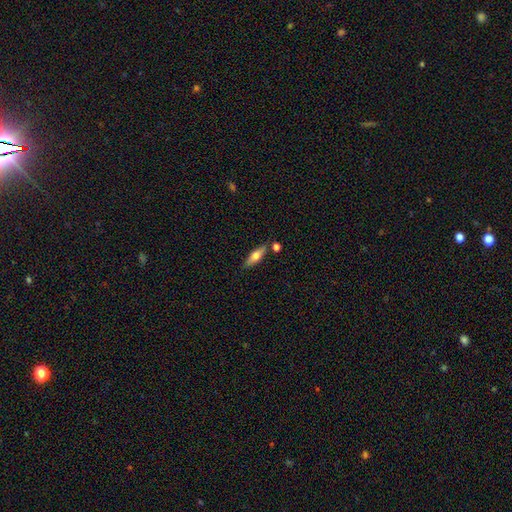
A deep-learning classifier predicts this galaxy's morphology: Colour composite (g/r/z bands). It shows a smooth galaxy with no disk features (52%) that is cigar-shaped (59%). Merging: none (77%).